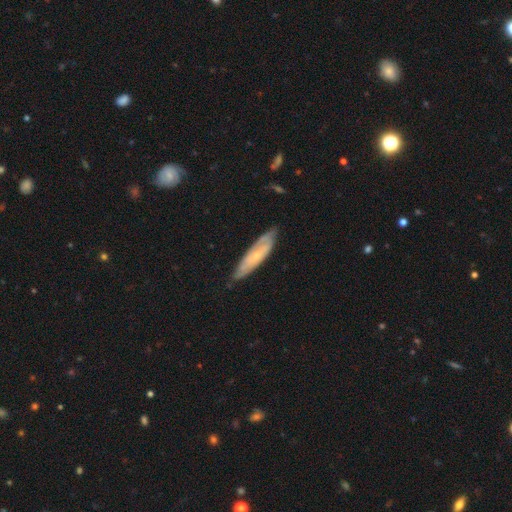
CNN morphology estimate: A featured or disk galaxy (59%).

Vote fractions:
- Smooth or featured? featured or disk: 59% / smooth: 35% / star or artifact: 6%
- Edge-on disk? no: 65% / yes: 35%
- Merging? none: 72% / minor disturbance: 22% / major disturbance: 4% / merger: 2%